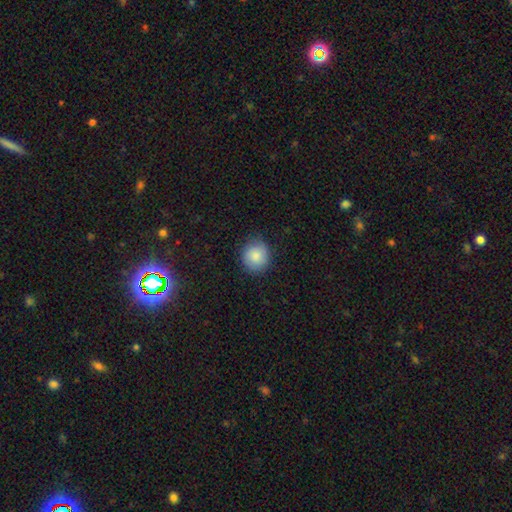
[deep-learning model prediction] Smooth or featured?
  - smooth: 86% *
  - star or artifact: 8%
  - featured or disk: 6%
How rounded?
  - round: 87% *
  - in between: 13%
  - cigar-shaped: 1%
Merging?
  - none: 83% *
  - minor disturbance: 13%
  - major disturbance: 3%
  - merger: 1%